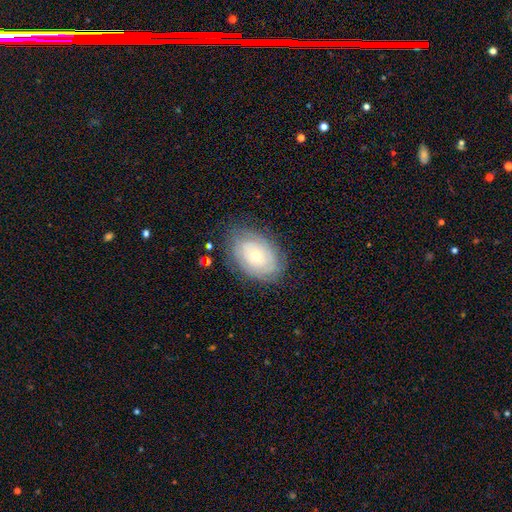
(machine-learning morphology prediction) This appears to be a featured or disk galaxy (64%) with no bar (83%), spiral arms (79%) and a small central bulge (65%). Merging: none (77%).